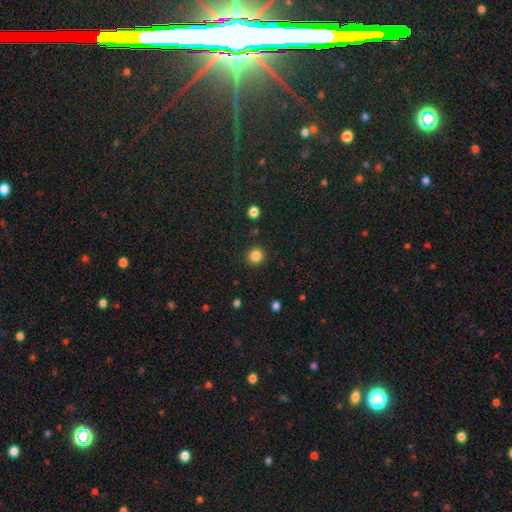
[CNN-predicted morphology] A smooth galaxy with no disk features (85%) that is round (92%). Merging: none (91%).